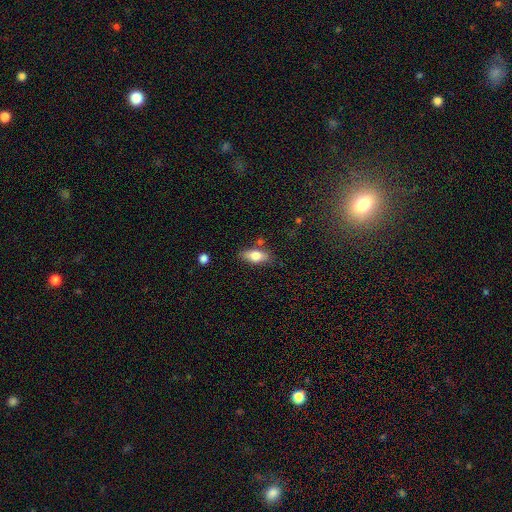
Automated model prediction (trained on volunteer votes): This appears to be a smooth galaxy with no disk features (75%) that is in between round and cigar-shaped (81%). Merging: none (77%).